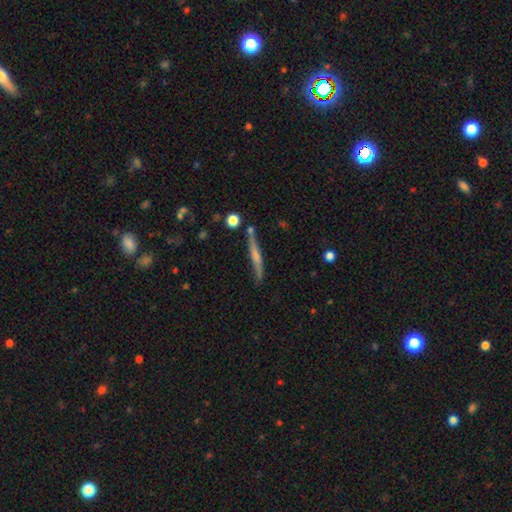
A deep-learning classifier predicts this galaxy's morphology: Smooth or featured? featured or disk (49%)
Merging? none (78%)